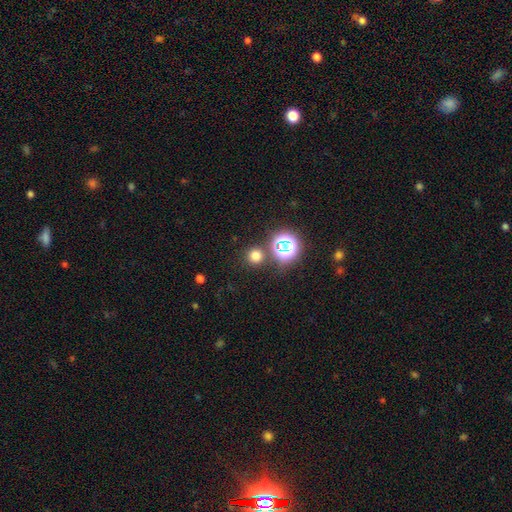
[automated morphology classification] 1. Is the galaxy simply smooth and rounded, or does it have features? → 69% smooth, 25% star or artifact, 6% featured or disk.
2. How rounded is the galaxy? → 93% round, 6% in between, 1% cigar-shaped.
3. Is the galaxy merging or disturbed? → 83% none, 8% merger, 6% minor disturbance, 3% major disturbance.